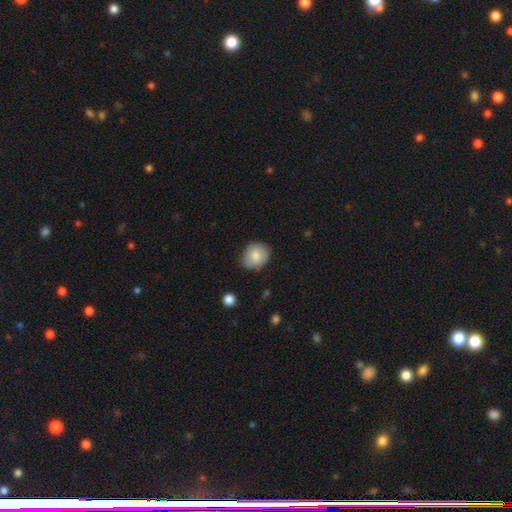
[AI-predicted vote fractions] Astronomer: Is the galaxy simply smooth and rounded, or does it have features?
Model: smooth — 83%.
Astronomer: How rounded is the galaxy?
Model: round — 67%.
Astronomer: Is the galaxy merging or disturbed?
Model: none — 74%.